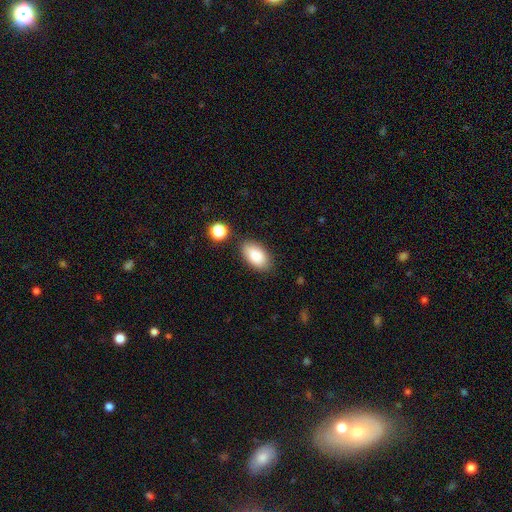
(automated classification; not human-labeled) Smooth or featured?
  - smooth: 87% *
  - star or artifact: 7%
  - featured or disk: 6%
How rounded?
  - in between: 94% *
  - round: 4%
  - cigar-shaped: 2%
Merging?
  - none: 81% *
  - minor disturbance: 12%
  - merger: 4%
  - major disturbance: 3%